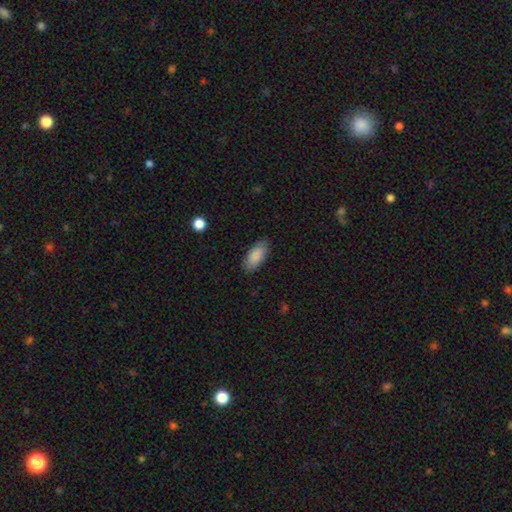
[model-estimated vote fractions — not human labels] Q: Smooth or featured?
A: smooth (88%); runner-up: star or artifact (6%)
Q: How rounded?
A: in between (88%); runner-up: cigar-shaped (11%)
Q: Merging?
A: none (87%); runner-up: minor disturbance (10%)